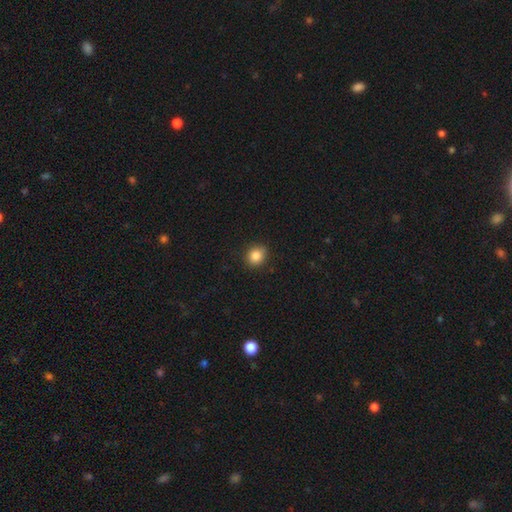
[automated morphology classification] smooth_or_featured: smooth (p=0.85) [alt: star or artifact p=0.10]
how_rounded: round (p=0.75) [alt: in between p=0.24]
merging: none (p=0.86) [alt: minor disturbance p=0.11]